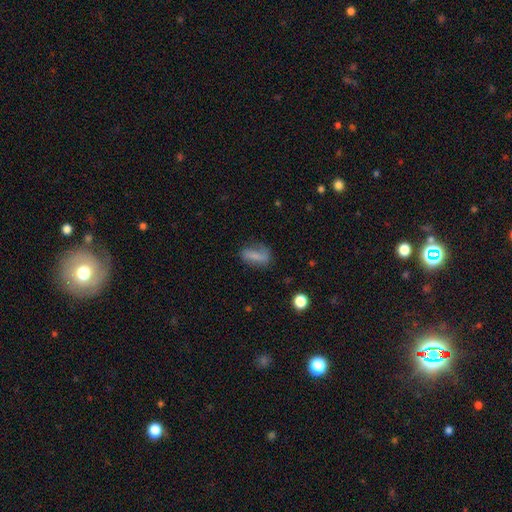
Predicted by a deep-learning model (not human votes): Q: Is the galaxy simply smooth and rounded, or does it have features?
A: smooth — 68%.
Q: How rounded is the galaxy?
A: in between — 74%.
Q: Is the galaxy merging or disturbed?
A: none — 55%.